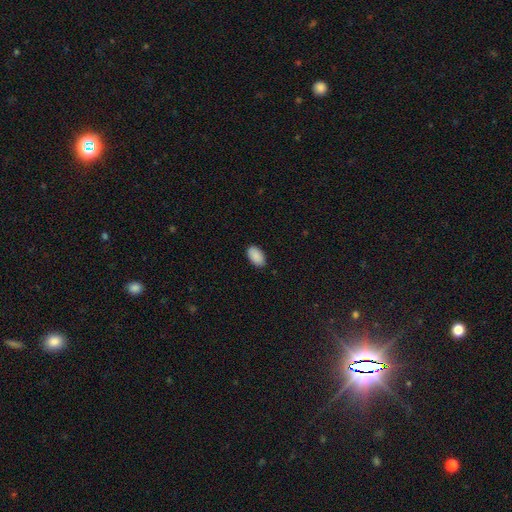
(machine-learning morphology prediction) Q: Smooth or featured?
A: smooth (91%); runner-up: star or artifact (6%)
Q: How rounded?
A: in between (95%); runner-up: round (4%)
Q: Merging?
A: none (88%); runner-up: minor disturbance (9%)